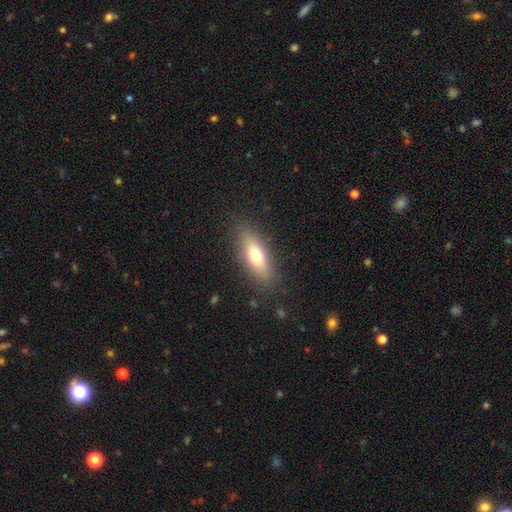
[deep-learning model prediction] smooth_or_featured: smooth (p=0.65) [alt: featured or disk p=0.27]
how_rounded: in between (p=0.62) [alt: cigar-shaped p=0.33]
merging: none (p=0.85) [alt: minor disturbance p=0.10]